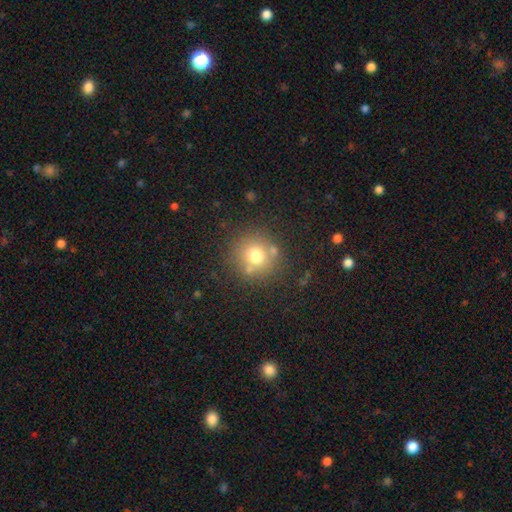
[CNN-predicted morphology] smooth 72%, star or artifact 15%, featured or disk 13%. Down the decision tree: how rounded — round (92%); merging — none (75%).